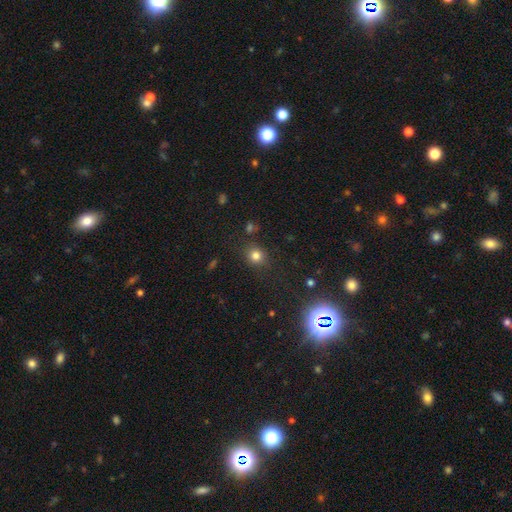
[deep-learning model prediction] This is likely a smooth galaxy (79%). How rounded: clearly round (80%). Merging: clearly none (83%).